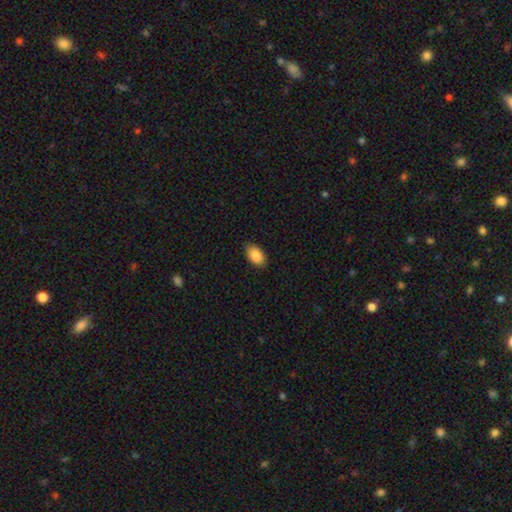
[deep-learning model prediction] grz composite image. It shows a smooth galaxy with no disk features (88%) that is in between round and cigar-shaped (93%). Merging: none (85%).